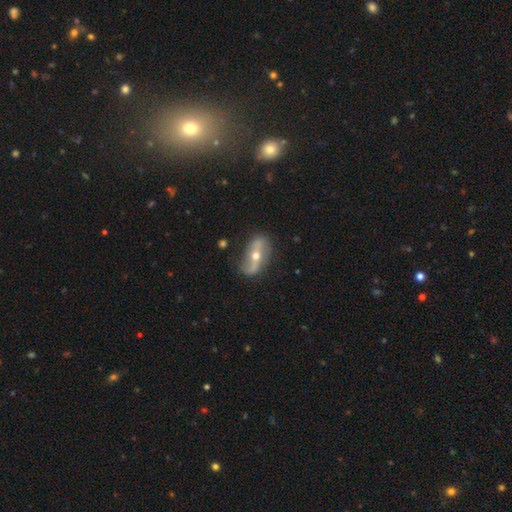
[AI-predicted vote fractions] Smooth or featured? featured or disk (74%)
Edge-on disk? no (83%)
Bar? strong (41%)
Spiral arms? yes (76%)
Bulge size? moderate (66%)
Merging? none (75%)